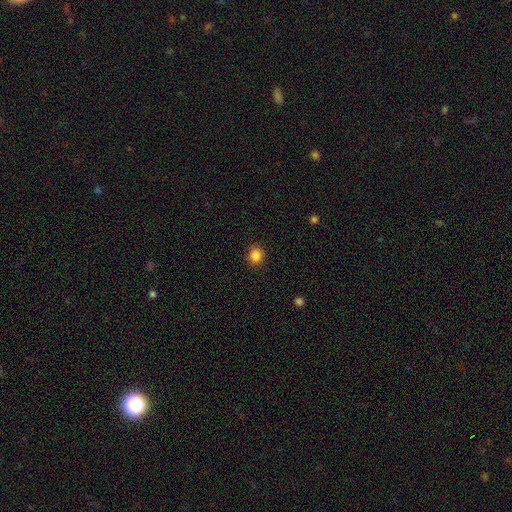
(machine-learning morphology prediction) The model was most divided on "smooth or featured": smooth: 85%, star or artifact: 11%, featured or disk: 4%. More confident: merging — none (91%); how rounded — round (87%).